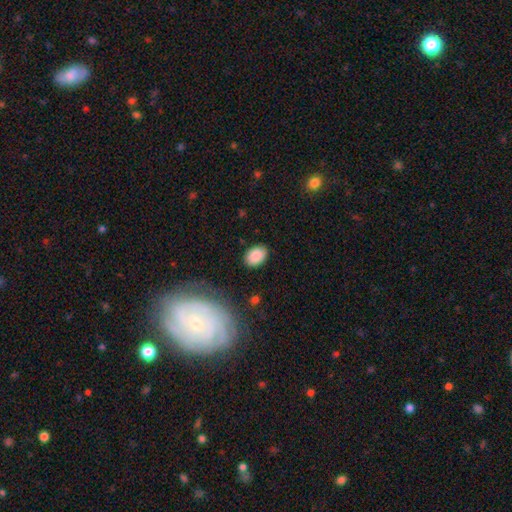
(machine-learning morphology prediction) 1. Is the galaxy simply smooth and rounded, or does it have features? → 88% smooth, 8% star or artifact, 5% featured or disk.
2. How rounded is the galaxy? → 81% in between, 18% round, 1% cigar-shaped.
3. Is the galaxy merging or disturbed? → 86% none, 10% minor disturbance, 3% major disturbance, 1% merger.